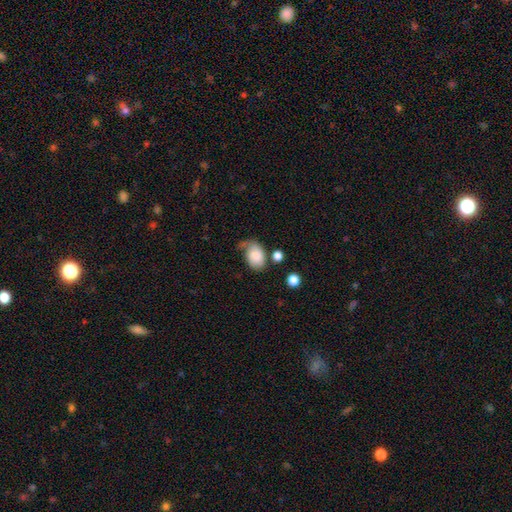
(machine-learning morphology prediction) type=smooth (75%); roundness=in between (80%); merging=none (39%).